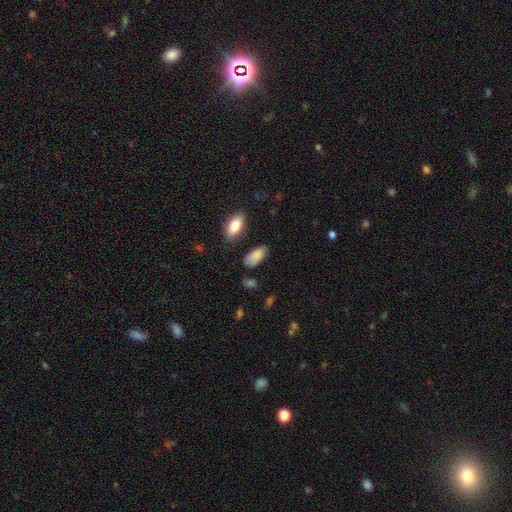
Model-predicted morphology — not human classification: smooth 86%, star or artifact 7%, featured or disk 7%. Down the decision tree: how rounded — in between (90%); merging — none (73%).